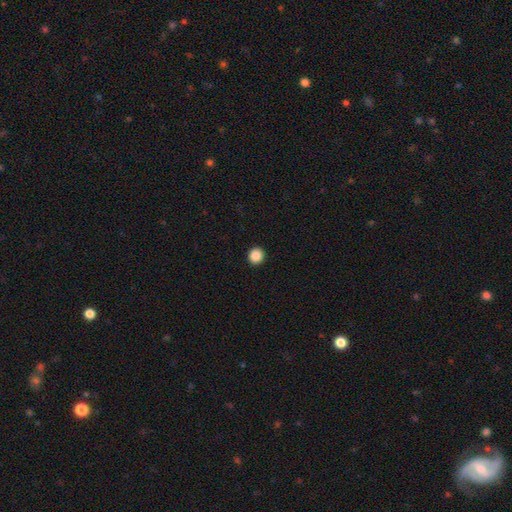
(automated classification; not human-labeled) This appears to be a smooth galaxy with no disk features (88%) that is round (93%). Merging: none (94%).